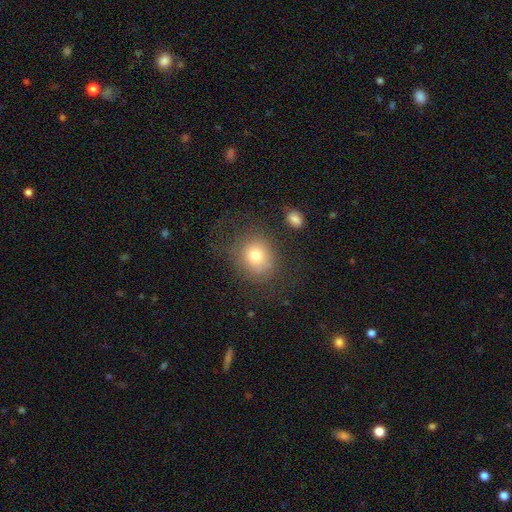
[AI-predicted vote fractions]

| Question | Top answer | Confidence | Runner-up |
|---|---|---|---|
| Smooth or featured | smooth | 75% | featured or disk (14%) |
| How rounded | round | 77% | in between (23%) |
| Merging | none | 66% | minor disturbance (17%) |